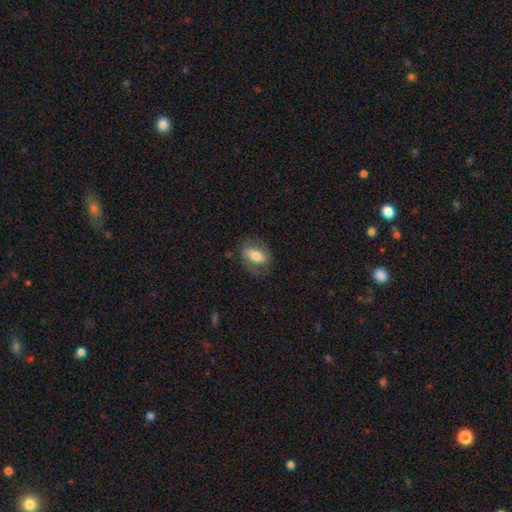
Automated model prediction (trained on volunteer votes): Smooth or featured? Predicted: smooth (p=0.57). How rounded? Predicted: in between (p=0.80). Merging? Predicted: none (p=0.72).